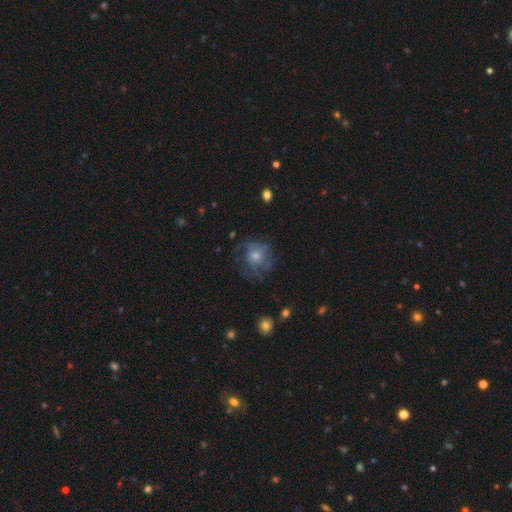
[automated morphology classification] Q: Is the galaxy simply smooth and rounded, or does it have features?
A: smooth — 45%.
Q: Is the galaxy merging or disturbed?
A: none — 55%.